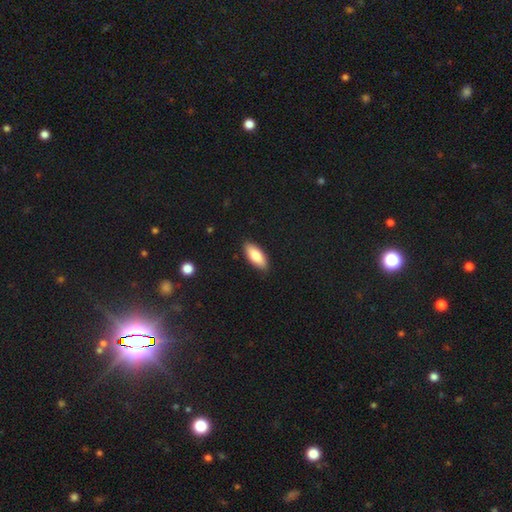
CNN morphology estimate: Q: Smooth or featured?
A: smooth (84%); runner-up: featured or disk (11%)
Q: How rounded?
A: in between (78%); runner-up: cigar-shaped (20%)
Q: Merging?
A: none (88%); runner-up: minor disturbance (9%)